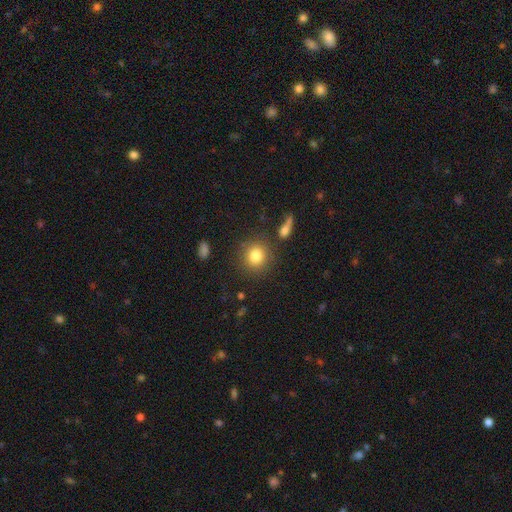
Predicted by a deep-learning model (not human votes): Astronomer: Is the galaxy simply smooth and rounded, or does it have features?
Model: smooth — 82%.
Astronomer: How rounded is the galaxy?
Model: round — 87%.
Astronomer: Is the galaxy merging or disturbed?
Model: none — 83%.